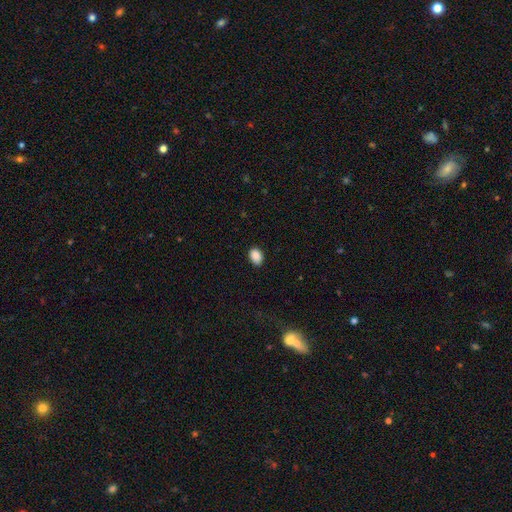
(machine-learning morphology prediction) A smooth galaxy with no disk features (90%) that is in between round and cigar-shaped (79%).

Vote fractions:
- Smooth or featured? smooth: 90% / star or artifact: 8% / featured or disk: 3%
- How rounded? in between: 79% / round: 20% / cigar-shaped: 1%
- Merging? none: 85% / minor disturbance: 12% / major disturbance: 2% / merger: 1%